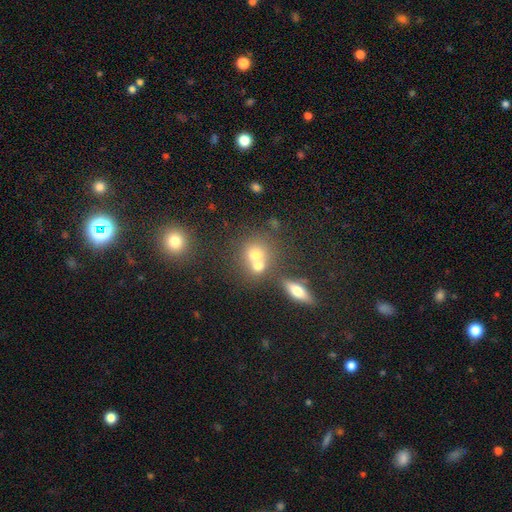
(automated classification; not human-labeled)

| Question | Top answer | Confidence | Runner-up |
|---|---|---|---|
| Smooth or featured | smooth | 67% | featured or disk (19%) |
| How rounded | round | 75% | in between (24%) |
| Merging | merger | 55% | none (34%) |